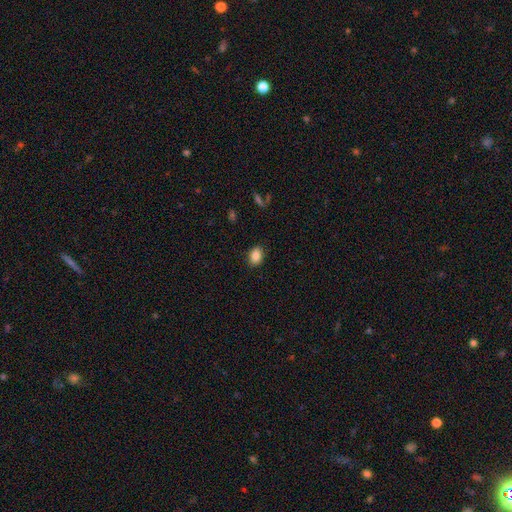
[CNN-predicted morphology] This is clearly a smooth galaxy (87%). How rounded: likely in between (75%). Merging: clearly none (87%).